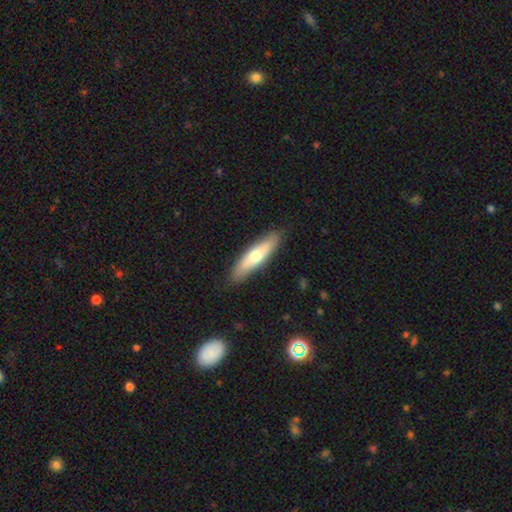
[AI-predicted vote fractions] Overall: smooth (59%; featured or disk 36%). How rounded: cigar-shaped (69%). Merging: none (87%).